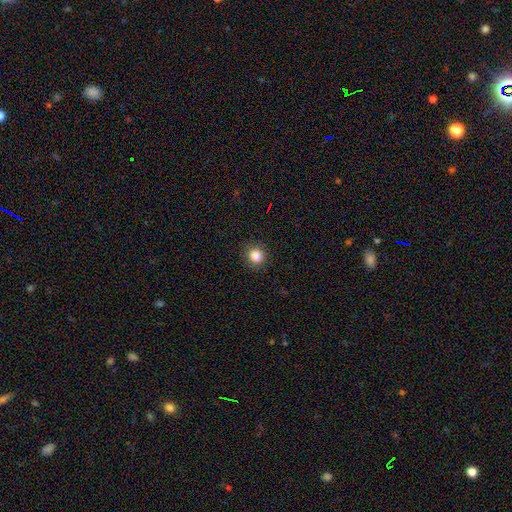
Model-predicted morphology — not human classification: Smooth or featured? Predicted: smooth (p=0.85). How rounded? Predicted: round (p=0.87). Merging? Predicted: none (p=0.89).